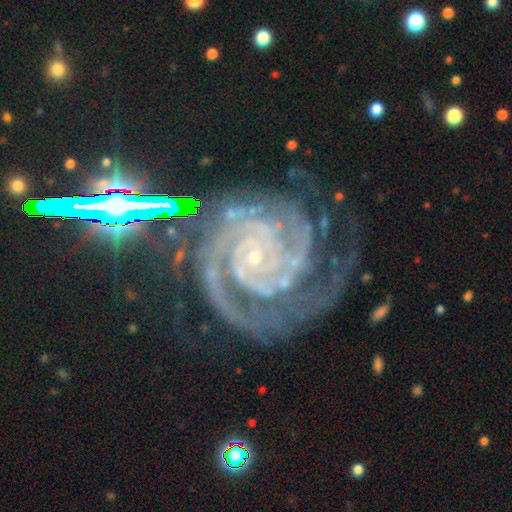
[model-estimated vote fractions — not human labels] A featured or disk galaxy (92%) with no bar (74%), 2 (48%) tight (80%) spiral arms (99%) and a small central bulge (87%).

Vote fractions:
- Smooth or featured? featured or disk: 92% / star or artifact: 6% / smooth: 2%
- Edge-on disk? no: 98% / yes: 2%
- Bar? no: 74% / weak: 16% / strong: 10%
- Spiral arms? yes: 99% / no: 1%
- Spiral winding? tight: 80% / medium: 18% / loose: 2%
- Spiral arm count? 2: 48% / 3: 23% / can't tell: 9% / 4: 9% / more than 4: 6% / 1: 6%
- Bulge size? small: 87% / moderate: 8% / none: 4% / large: 1% / dominant: 1%
- Merging? none: 63% / minor disturbance: 21% / major disturbance: 13% / merger: 3%